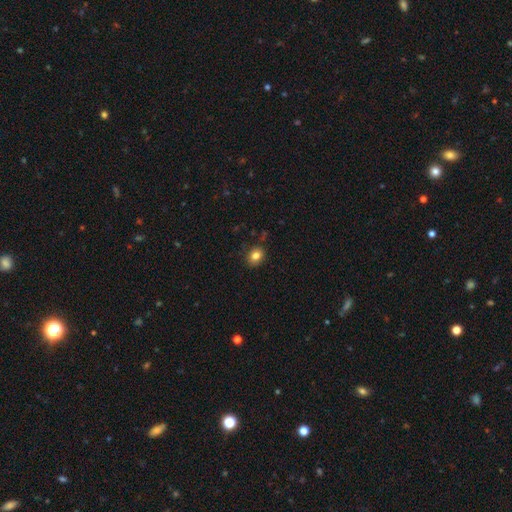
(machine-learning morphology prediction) Smooth or featured? Predicted: smooth (p=0.82). How rounded? Predicted: round (p=0.56). Merging? Predicted: none (p=0.85).